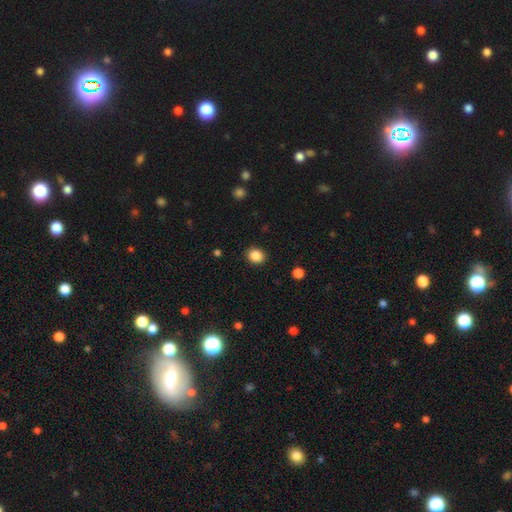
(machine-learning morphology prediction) Smooth or featured? Predicted: smooth (p=0.87). How rounded? Predicted: round (p=0.72). Merging? Predicted: none (p=0.90).